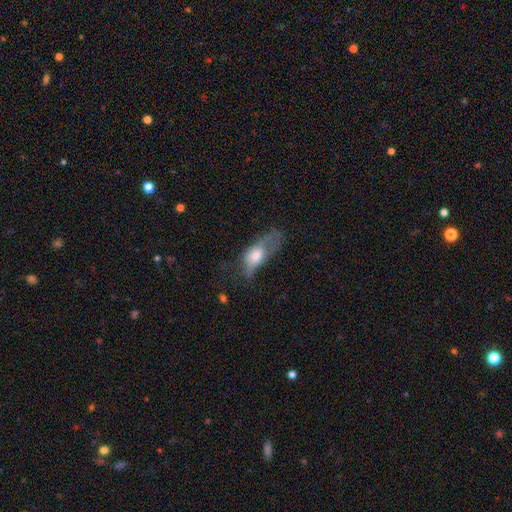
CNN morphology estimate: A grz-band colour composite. It shows a smooth galaxy with no disk features (55%) that is in between round and cigar-shaped (77%). Merging: major disturbance (54%).